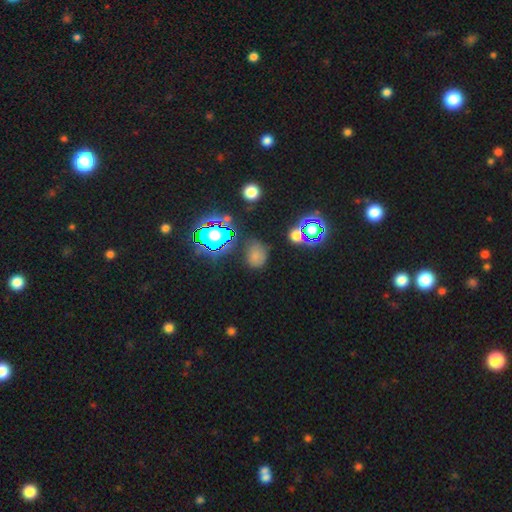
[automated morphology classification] Q: Smooth or featured?
A: smooth (57%); runner-up: star or artifact (32%)
Q: How rounded?
A: round (55%); runner-up: in between (43%)
Q: Merging?
A: none (69%); runner-up: minor disturbance (18%)